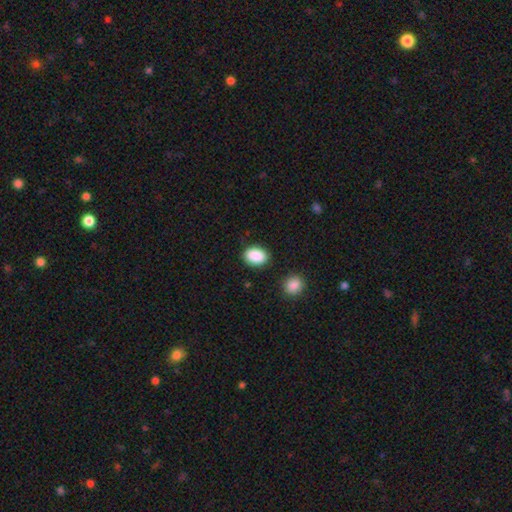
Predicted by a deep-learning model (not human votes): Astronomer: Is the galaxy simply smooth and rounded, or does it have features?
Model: smooth — 89%.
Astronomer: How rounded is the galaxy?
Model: in between — 74%.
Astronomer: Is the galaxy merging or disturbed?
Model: none — 83%.